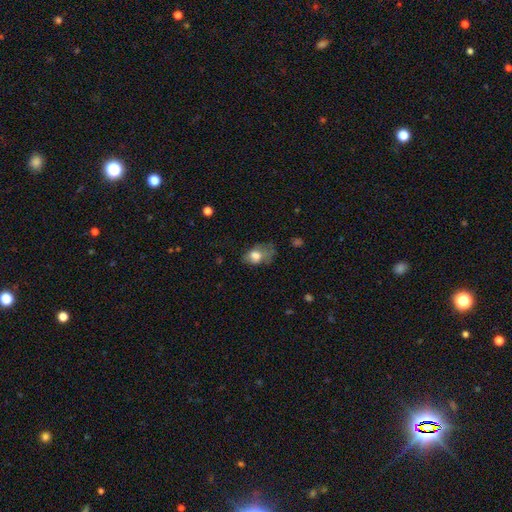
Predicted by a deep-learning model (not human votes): Overall: smooth (69%). How rounded: in between (82%). Merging: major disturbance (35%; minor disturbance 32%).